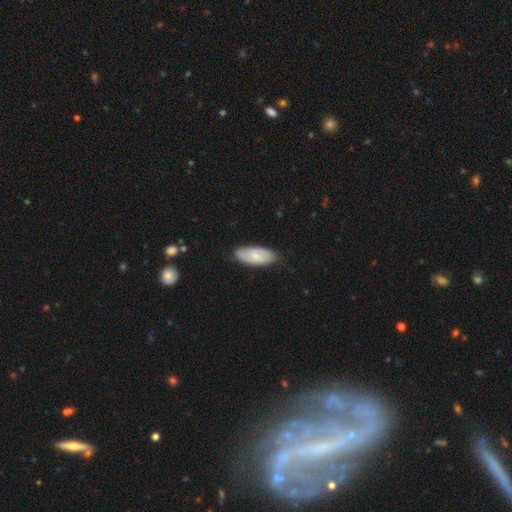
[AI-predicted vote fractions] Smooth or featured?
  - smooth: 62% *
  - featured or disk: 32%
  - star or artifact: 6%
How rounded?
  - in between: 84% *
  - cigar-shaped: 14%
  - round: 2%
Merging?
  - none: 81% *
  - minor disturbance: 15%
  - major disturbance: 3%
  - merger: 1%